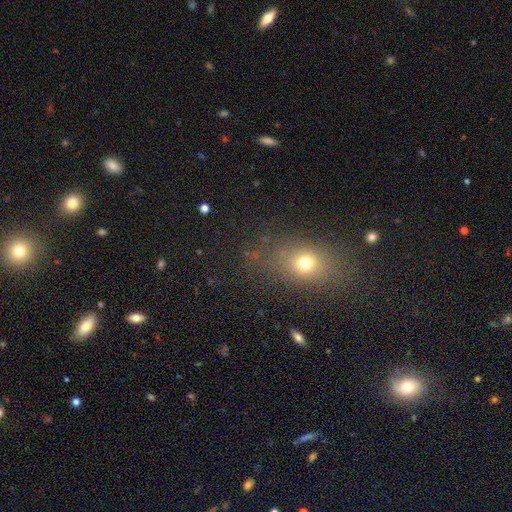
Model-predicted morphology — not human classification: Smooth or featured? Predicted: smooth (p=0.61). How rounded? Predicted: in between (p=0.54). Merging? Predicted: none (p=0.78).